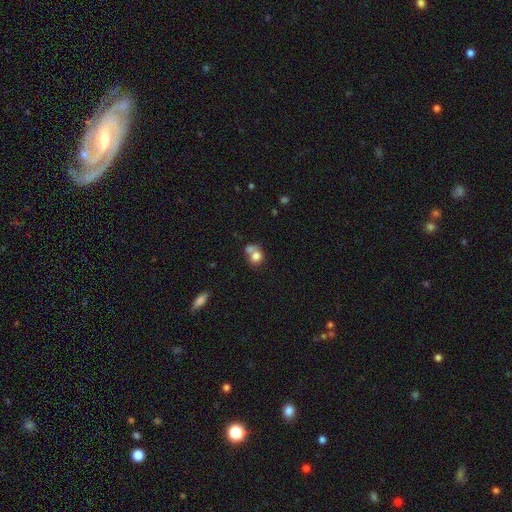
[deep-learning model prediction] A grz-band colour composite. It shows a smooth galaxy with no disk features (77%) that is round (64%). Merging: merger (46%).